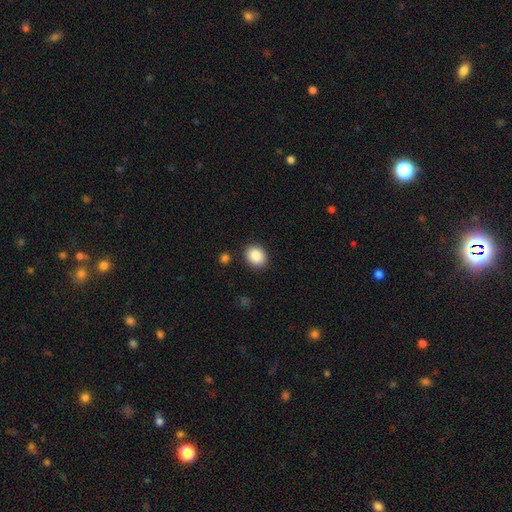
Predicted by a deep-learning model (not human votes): This appears to be a smooth galaxy with no disk features (88%) that is round (60%). Merging: none (88%).